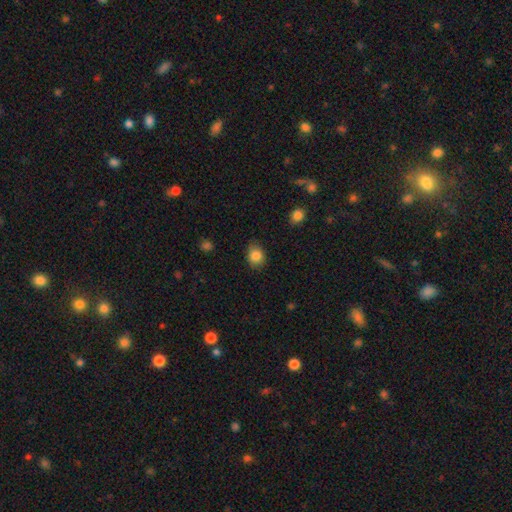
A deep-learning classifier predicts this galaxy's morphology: A smooth galaxy with no disk features (85%) that is round (53%).

Vote fractions:
- Smooth or featured? smooth: 85% / star or artifact: 9% / featured or disk: 6%
- How rounded? round: 53% / in between: 47% / cigar-shaped: 1%
- Merging? none: 74% / minor disturbance: 21% / major disturbance: 4% / merger: 1%